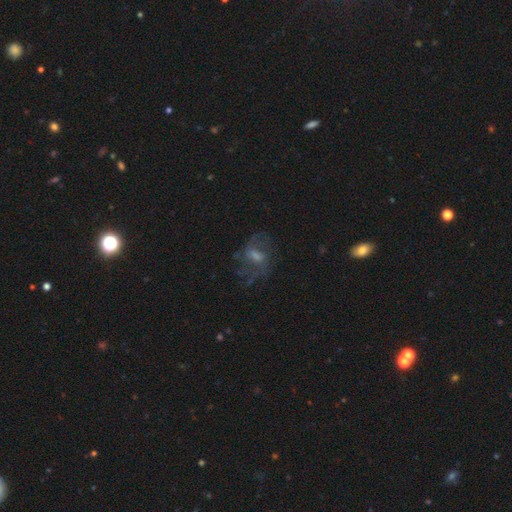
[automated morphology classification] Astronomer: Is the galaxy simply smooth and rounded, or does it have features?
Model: featured or disk — 58%.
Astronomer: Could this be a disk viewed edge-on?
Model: no — 95%.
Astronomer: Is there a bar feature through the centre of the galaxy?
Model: weak — 46% (runner-up: no, 42%).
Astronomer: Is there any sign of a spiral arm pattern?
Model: yes — 66%.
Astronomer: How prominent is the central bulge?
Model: moderate — 43% (runner-up: small, 30%).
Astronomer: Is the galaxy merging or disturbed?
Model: none — 59%.